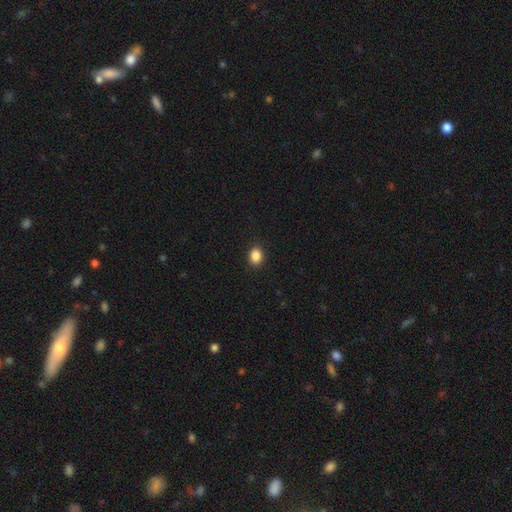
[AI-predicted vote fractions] A smooth galaxy with no disk features (87%) that is in between round and cigar-shaped (52%). Merging: none (91%).